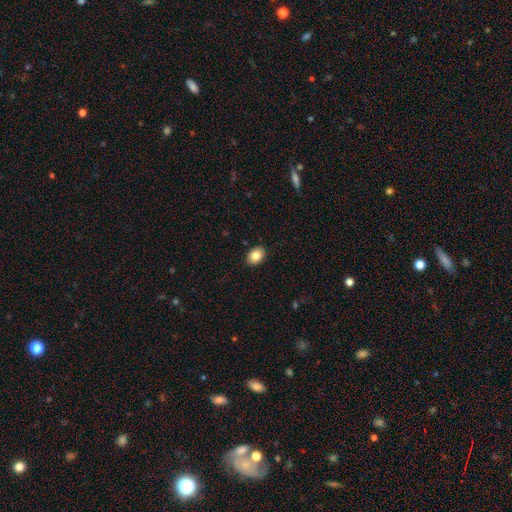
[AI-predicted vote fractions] Q: Smooth or featured?
A: smooth (85%); runner-up: star or artifact (8%)
Q: How rounded?
A: in between (76%); runner-up: round (23%)
Q: Merging?
A: none (90%); runner-up: minor disturbance (7%)